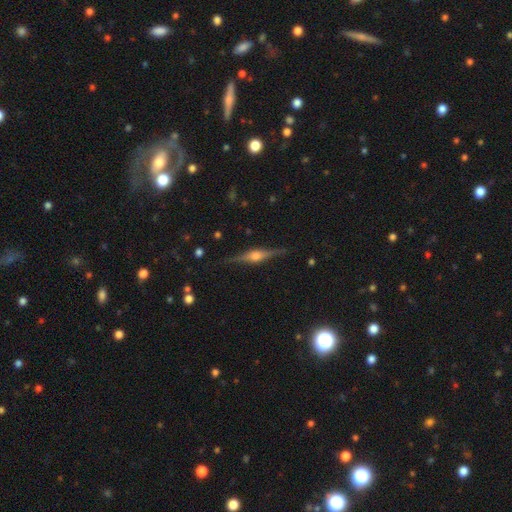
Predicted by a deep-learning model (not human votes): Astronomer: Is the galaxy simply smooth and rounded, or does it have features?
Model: featured or disk — 82%.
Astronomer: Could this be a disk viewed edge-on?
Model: yes — 98%.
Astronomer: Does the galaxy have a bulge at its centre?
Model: rounded — 90%.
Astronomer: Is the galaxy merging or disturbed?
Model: none — 88%.